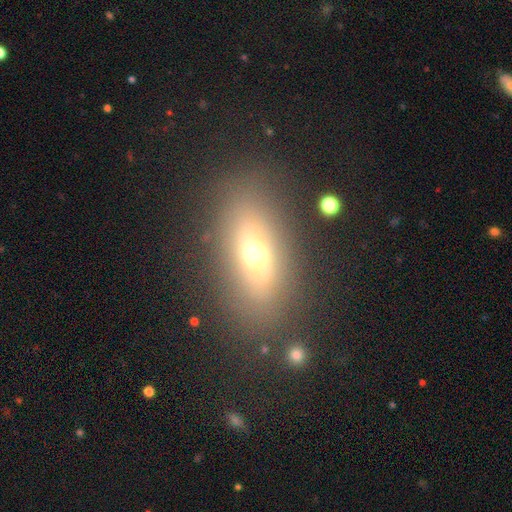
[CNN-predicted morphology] type=smooth (52%); roundness=in between (77%); merging=none (80%).